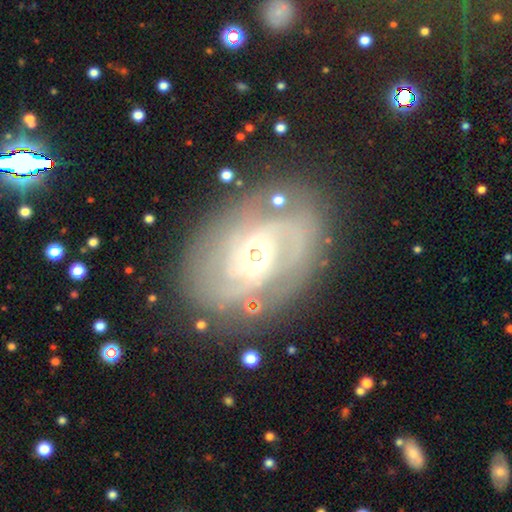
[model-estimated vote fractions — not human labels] A featured or disk galaxy (85%) with a weak bar (50%), 2 (63%) tight (47%) spiral arms (95%) and a moderate central bulge (56%). Merging: none (78%).